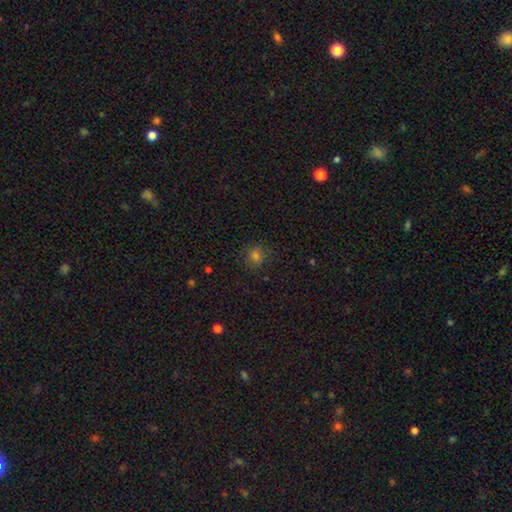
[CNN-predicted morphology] Smooth or featured?
  - smooth: 71% *
  - star or artifact: 21%
  - featured or disk: 8%
How rounded?
  - round: 77% *
  - in between: 22%
  - cigar-shaped: 1%
Merging?
  - none: 81% *
  - minor disturbance: 13%
  - major disturbance: 4%
  - merger: 1%